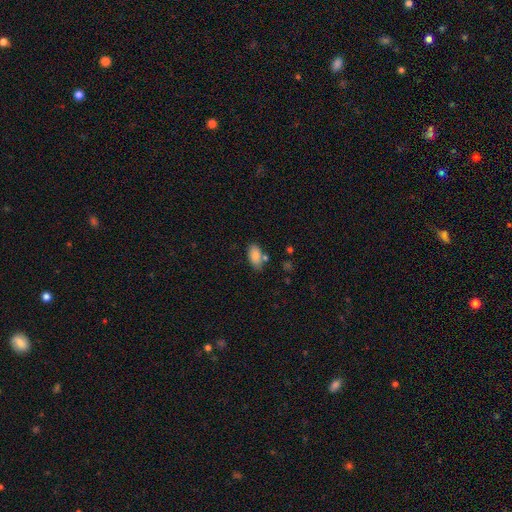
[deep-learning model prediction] smooth-or-featured: smooth: 83% | featured or disk: 10% | star or artifact: 8%
  how-rounded: in between: 92% | round: 4% | cigar-shaped: 3%
  merging: none: 69% | minor disturbance: 18% | merger: 10% | major disturbance: 4%